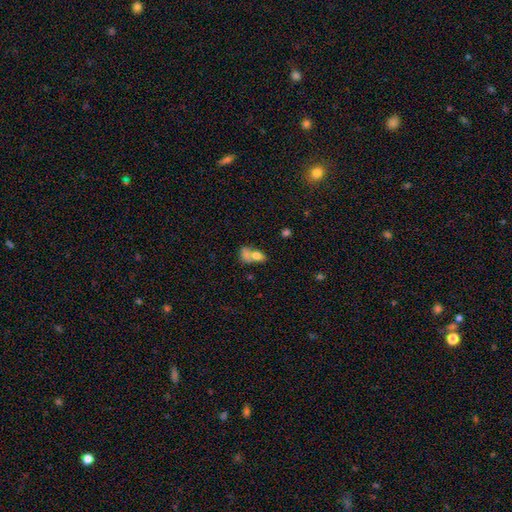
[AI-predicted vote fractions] smooth-or-featured: smooth: 72% | featured or disk: 18% | star or artifact: 10%
  how-rounded: in between: 70% | round: 27% | cigar-shaped: 3%
  merging: merger: 60% | none: 22% | minor disturbance: 9% | major disturbance: 8%